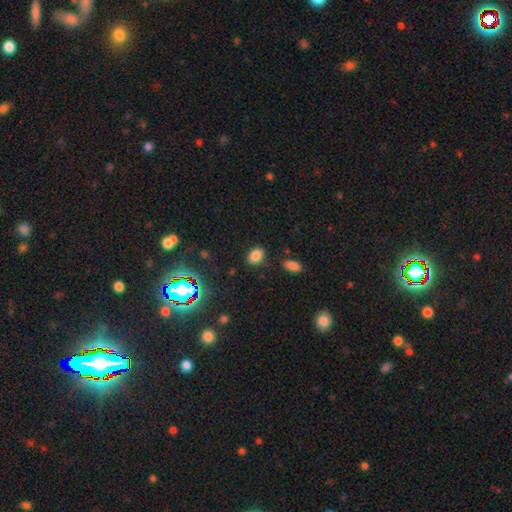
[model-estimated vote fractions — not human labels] Overall: smooth (81%). How rounded: in between (75%). Merging: none (84%).